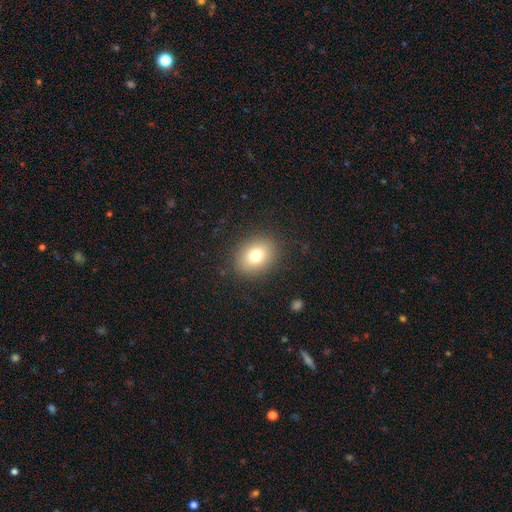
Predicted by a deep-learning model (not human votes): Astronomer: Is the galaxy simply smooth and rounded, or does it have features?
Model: smooth — 76%.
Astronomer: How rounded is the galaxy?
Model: in between — 55% (runner-up: round, 44%).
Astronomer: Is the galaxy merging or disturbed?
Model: none — 87%.